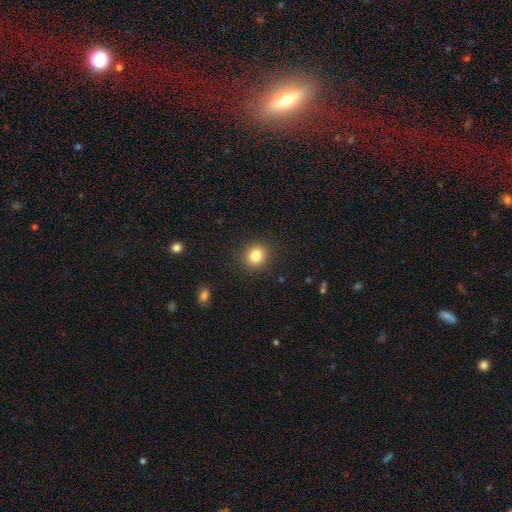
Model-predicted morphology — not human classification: Smooth or featured? smooth (84%)
How rounded? round (81%)
Merging? none (89%)